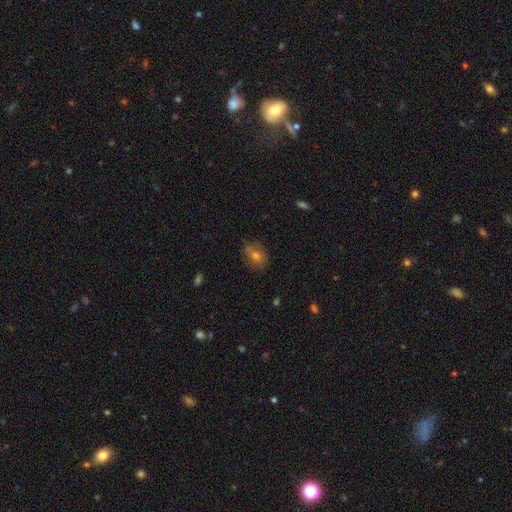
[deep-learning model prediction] smooth 60%, featured or disk 23%, star or artifact 16%. Down the decision tree: how rounded — in between (55%); merging — none (69%).